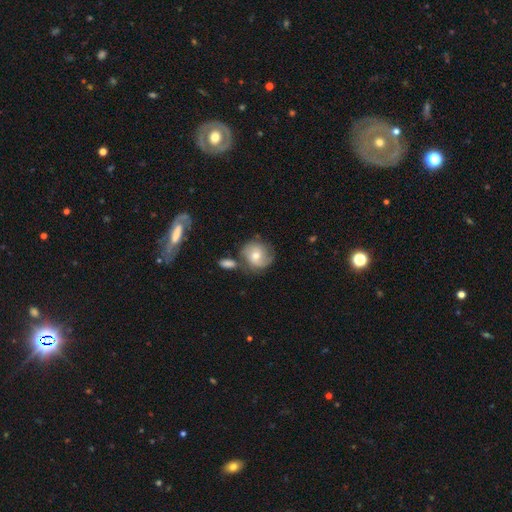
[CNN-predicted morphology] smooth_or_featured: featured or disk (p=0.54) [alt: smooth p=0.38]
disk_edge_on: no (p=0.96) [alt: yes p=0.04]
bar: no (p=0.63) [alt: weak p=0.31]
has_spiral_arms: yes (p=0.84) [alt: no p=0.16]
bulge_size: moderate (p=0.67) [alt: small p=0.26]
merging: none (p=0.58) [alt: minor disturbance p=0.18]